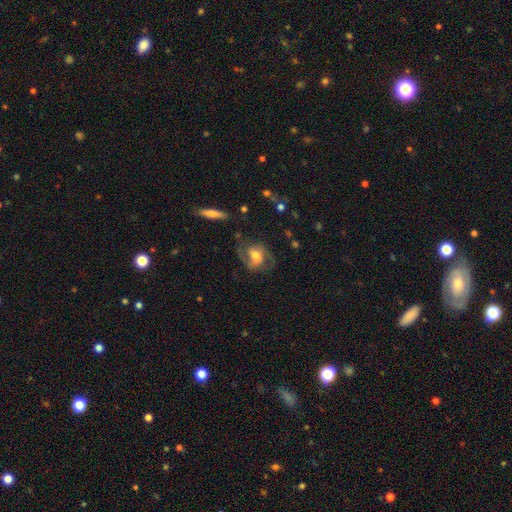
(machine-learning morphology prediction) The model was most divided on "bar": weak: 44%, no: 35%, strong: 21%. More confident: edge-on disk — no (96%); spiral arms — yes (94%); spiral arm count — 2 (89%); smooth or featured — featured or disk (76%); merging — none (71%); spiral winding — medium (55%); bulge size — moderate (53%).